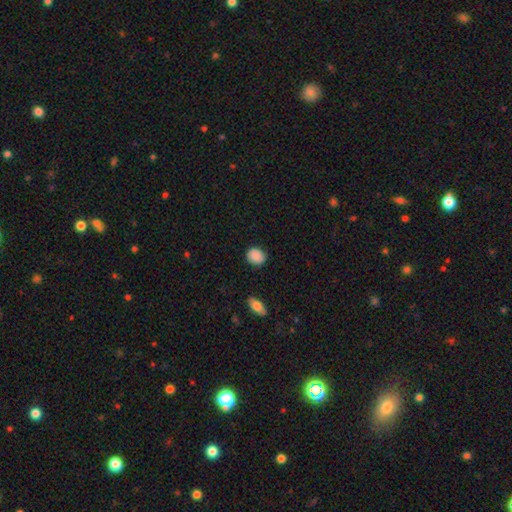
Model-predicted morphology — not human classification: smooth_or_featured: smooth (p=0.89) [alt: star or artifact p=0.08]
how_rounded: round (p=0.65) [alt: in between p=0.34]
merging: none (p=0.87) [alt: minor disturbance p=0.10]